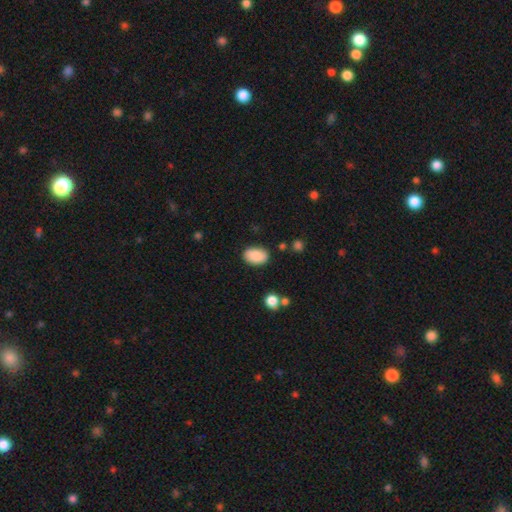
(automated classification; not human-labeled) Smooth or featured? smooth (89%)
How rounded? in between (90%)
Merging? none (84%)